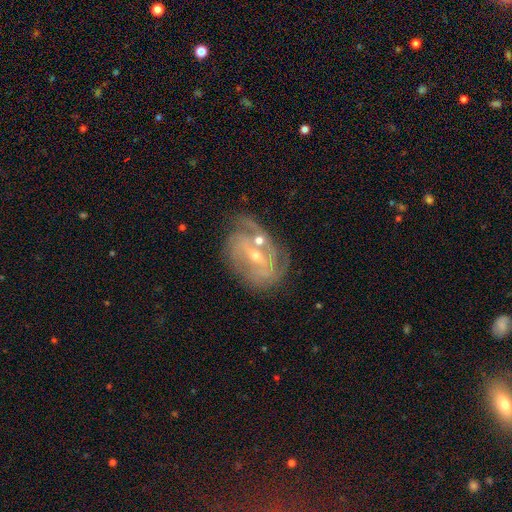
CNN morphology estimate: smooth_or_featured: featured or disk (p=0.83) [alt: smooth p=0.10]
disk_edge_on: no (p=0.96) [alt: yes p=0.04]
bar: weak (p=0.45) [alt: strong p=0.30]
has_spiral_arms: yes (p=0.92) [alt: no p=0.08]
spiral_winding: tight (p=0.57) [alt: medium p=0.32]
spiral_arm_count: 2 (p=0.31) [alt: can't tell p=0.30]
bulge_size: small (p=0.53) [alt: moderate p=0.44]
merging: none (p=0.56) [alt: minor disturbance p=0.19]